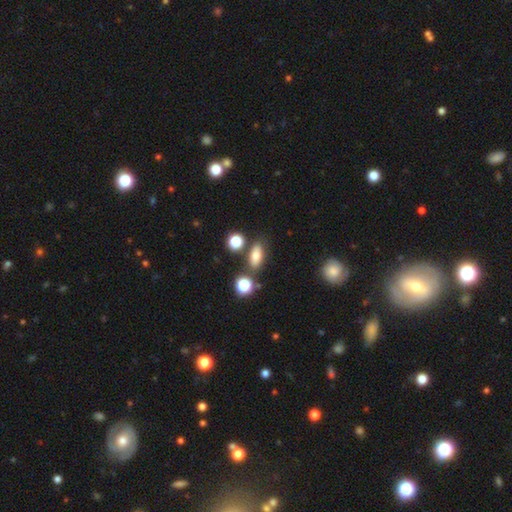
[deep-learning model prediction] This is likely a smooth galaxy (72%). How rounded: likely in between (75%). Merging: likely none (73%).